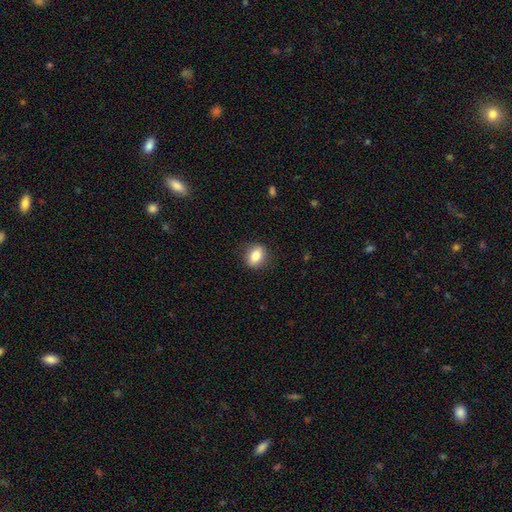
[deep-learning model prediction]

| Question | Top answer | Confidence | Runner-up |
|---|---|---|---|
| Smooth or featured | smooth | 83% | featured or disk (9%) |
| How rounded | in between | 66% | round (32%) |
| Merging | none | 85% | minor disturbance (11%) |